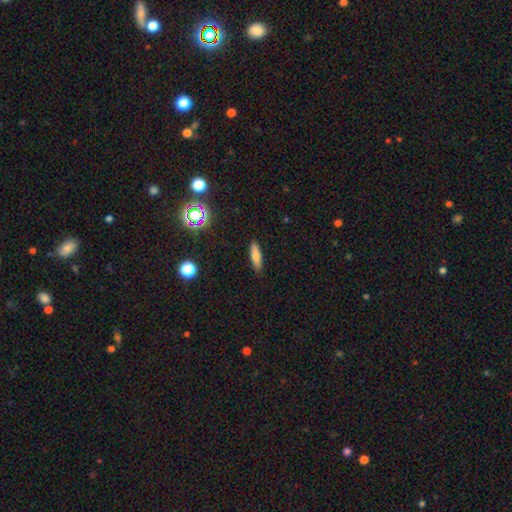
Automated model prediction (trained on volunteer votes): A smooth galaxy with no disk features (73%) that is cigar-shaped (62%). Merging: none (89%).